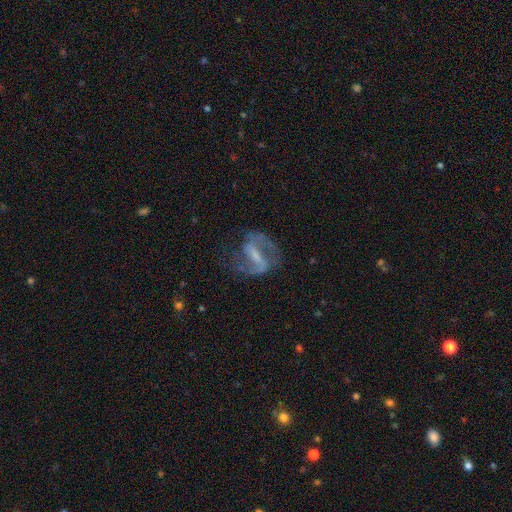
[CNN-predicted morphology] smooth-or-featured: featured or disk: 85% | smooth: 9% | star or artifact: 6%
  disk-edge-on: no: 96% | yes: 4%
    bar: strong: 61% | weak: 30% | no: 9%
    has-spiral-arms: yes: 91% | no: 9%
      spiral-winding: medium: 55% | loose: 27% | tight: 18%
      spiral-arm-count: 2: 89% | can't tell: 4% | 1: 3% | 3: 1% | 4: 1% | more than 4: 1%
    bulge-size: small: 41% | none: 27% | moderate: 26% | large: 4% | dominant: 1%
  merging: none: 68% | minor disturbance: 16% | major disturbance: 14% | merger: 2%